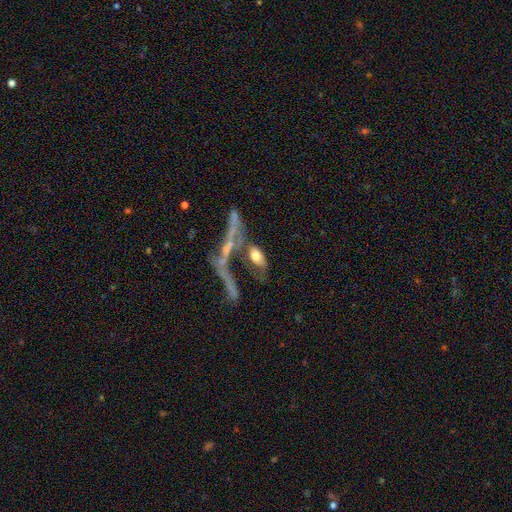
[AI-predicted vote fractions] Smooth or featured: smooth — 61% (featured or disk — 30%)
How rounded: in between — 82% (cigar-shaped — 12%)
Merging: none — 33% (merger — 32%)